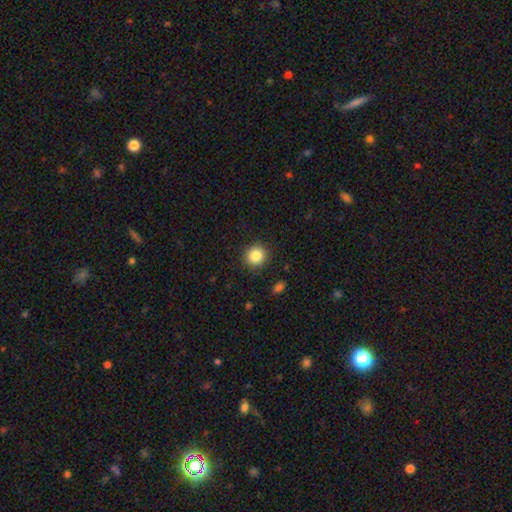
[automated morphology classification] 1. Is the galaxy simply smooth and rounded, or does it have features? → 85% smooth, 10% star or artifact, 5% featured or disk.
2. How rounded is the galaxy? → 89% round, 10% in between, 1% cigar-shaped.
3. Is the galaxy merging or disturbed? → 90% none, 7% minor disturbance, 2% major disturbance, 1% merger.